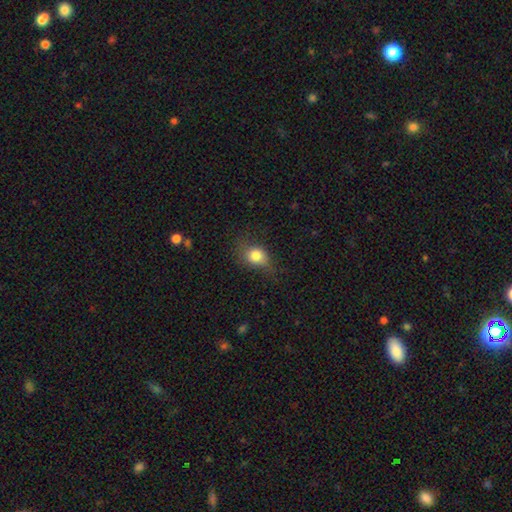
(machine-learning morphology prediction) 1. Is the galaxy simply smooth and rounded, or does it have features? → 77% smooth, 12% featured or disk, 11% star or artifact.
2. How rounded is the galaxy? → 56% round, 43% in between, 2% cigar-shaped.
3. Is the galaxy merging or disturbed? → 60% none, 27% minor disturbance, 12% major disturbance, 2% merger.